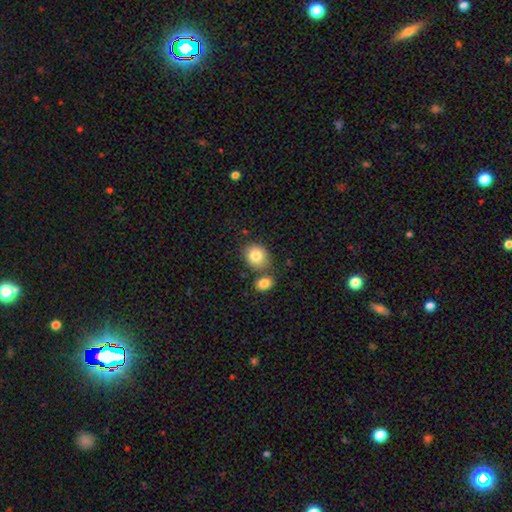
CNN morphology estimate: smooth 83%, featured or disk 9%, star or artifact 9%. Down the decision tree: how rounded — round (64%); merging — none (63%).